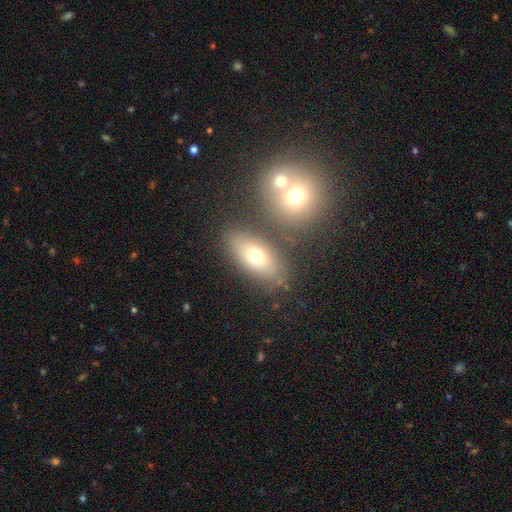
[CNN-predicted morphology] smooth-or-featured: smooth: 68% | featured or disk: 22% | star or artifact: 10%
  how-rounded: in between: 83% | round: 9% | cigar-shaped: 8%
  merging: none: 72% | merger: 13% | minor disturbance: 11% | major disturbance: 4%